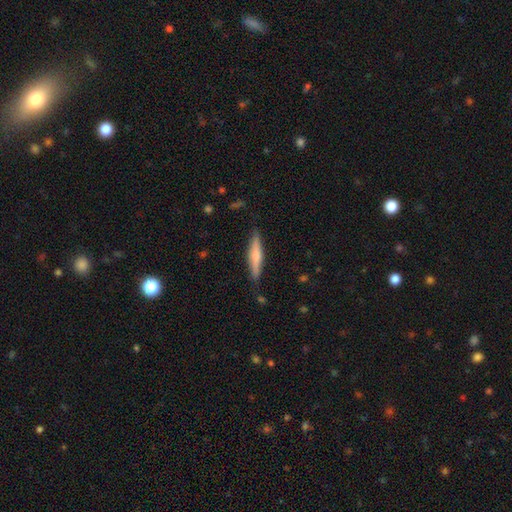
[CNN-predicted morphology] A smooth galaxy with no disk features (54%) that is cigar-shaped (87%). Merging: none (86%).